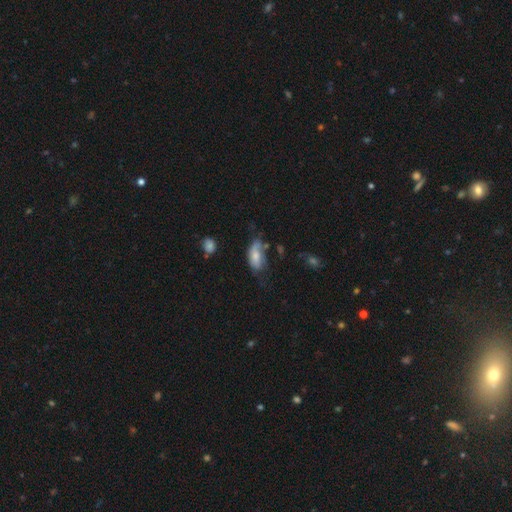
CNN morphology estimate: Q: Smooth or featured?
A: smooth (63%); runner-up: featured or disk (29%)
Q: How rounded?
A: in between (90%); runner-up: cigar-shaped (7%)
Q: Merging?
A: minor disturbance (35%); runner-up: none (33%)